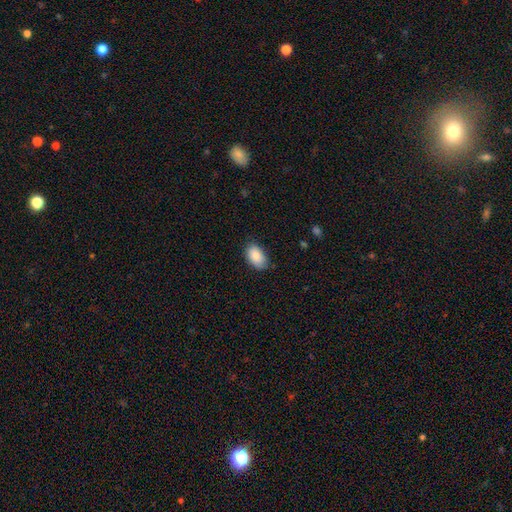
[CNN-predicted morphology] The model was most divided on "merging": none: 77%, minor disturbance: 19%, major disturbance: 3%, merger: 1%. More confident: how rounded — in between (92%); smooth or featured — smooth (88%).